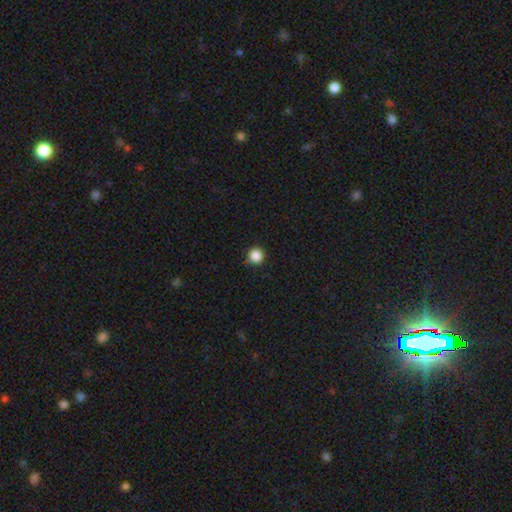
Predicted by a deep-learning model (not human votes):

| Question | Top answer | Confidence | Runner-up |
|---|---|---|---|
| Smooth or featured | smooth | 86% | star or artifact (11%) |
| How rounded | round | 95% | in between (4%) |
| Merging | none | 89% | minor disturbance (8%) |